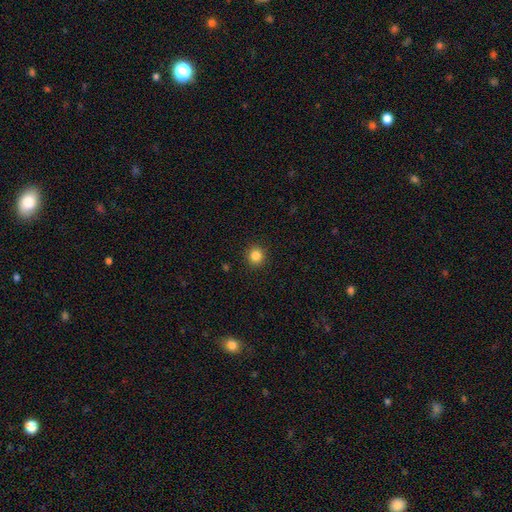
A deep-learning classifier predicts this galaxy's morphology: Q: Smooth or featured?
A: smooth (84%); runner-up: star or artifact (12%)
Q: How rounded?
A: round (93%); runner-up: in between (6%)
Q: Merging?
A: none (92%); runner-up: minor disturbance (5%)